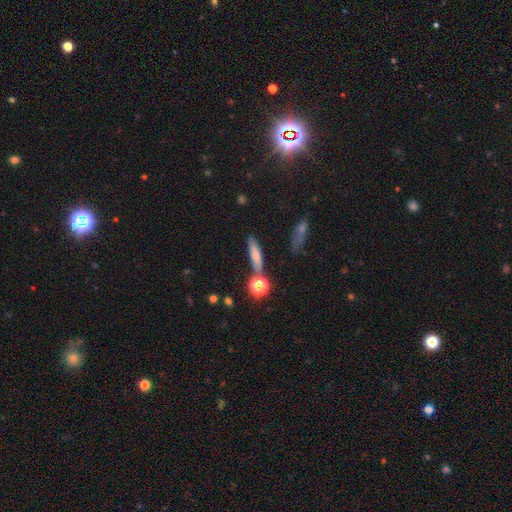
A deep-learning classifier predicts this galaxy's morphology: Q: Smooth or featured?
A: smooth (69%); runner-up: featured or disk (19%)
Q: How rounded?
A: cigar-shaped (73%); runner-up: in between (18%)
Q: Merging?
A: none (71%); runner-up: minor disturbance (13%)